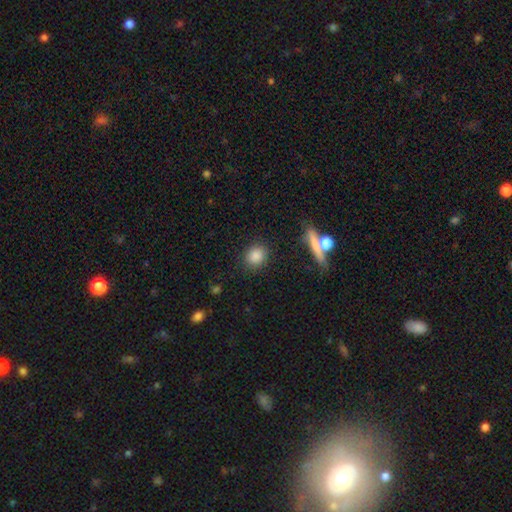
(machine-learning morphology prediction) Smooth or featured?
  - smooth: 85% *
  - star or artifact: 9%
  - featured or disk: 6%
How rounded?
  - round: 74% *
  - in between: 24%
  - cigar-shaped: 2%
Merging?
  - none: 87% *
  - minor disturbance: 8%
  - major disturbance: 3%
  - merger: 3%